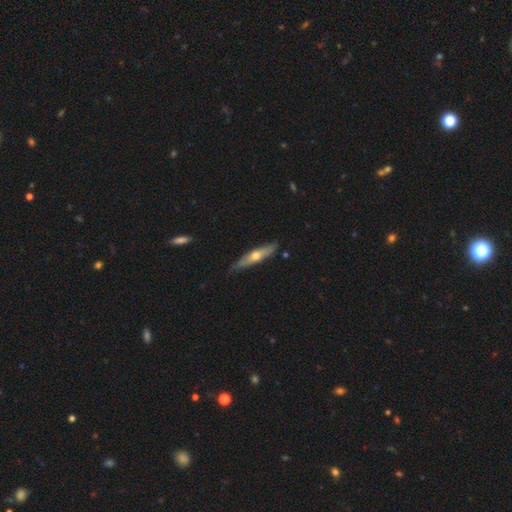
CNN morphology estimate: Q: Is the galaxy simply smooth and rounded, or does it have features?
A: featured or disk — 52%.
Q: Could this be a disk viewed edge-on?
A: yes — 85%.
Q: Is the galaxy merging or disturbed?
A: none — 79%.